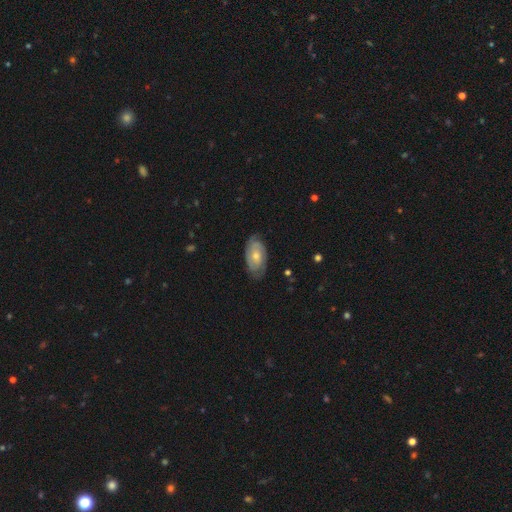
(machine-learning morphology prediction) This appears to be a featured or disk galaxy (61%) with no bar (75%), spiral arms (83%) and a moderate central bulge (49%). Merging: none (74%).